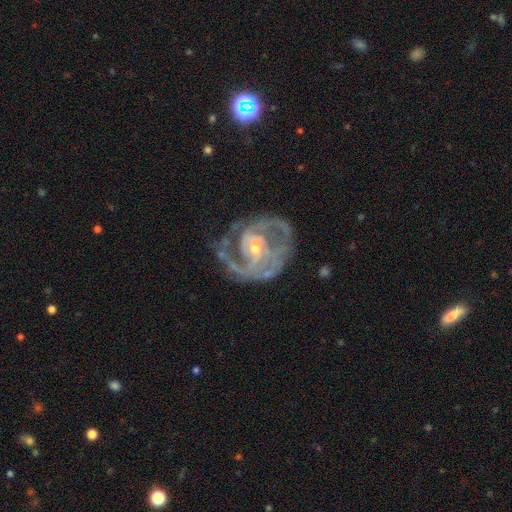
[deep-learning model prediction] smooth_or_featured: featured or disk (p=0.88) [alt: star or artifact p=0.06]
disk_edge_on: no (p=0.97) [alt: yes p=0.03]
bar: weak (p=0.48) [alt: no p=0.26]
has_spiral_arms: yes (p=0.92) [alt: no p=0.08]
spiral_winding: tight (p=0.46) [alt: medium p=0.41]
spiral_arm_count: 2 (p=0.42) [alt: can't tell p=0.23]
bulge_size: moderate (p=0.51) [alt: small p=0.44]
merging: none (p=0.53) [alt: major disturbance p=0.23]